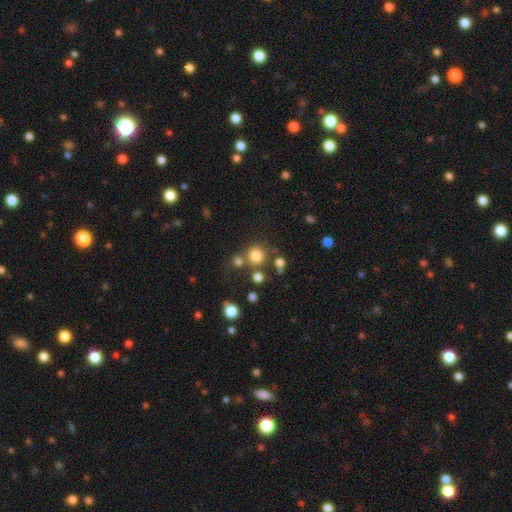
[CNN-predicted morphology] Smooth or featured?
  - smooth: 78% *
  - star or artifact: 15%
  - featured or disk: 7%
How rounded?
  - round: 92% *
  - in between: 7%
  - cigar-shaped: 1%
Merging?
  - none: 71% *
  - merger: 16%
  - minor disturbance: 8%
  - major disturbance: 4%